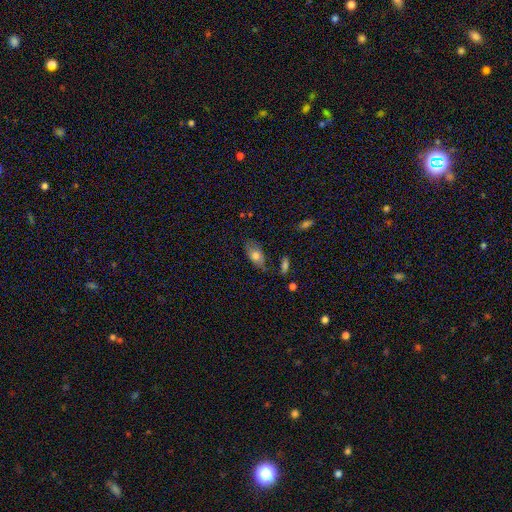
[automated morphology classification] A smooth galaxy with no disk features (70%) that is in between round and cigar-shaped (87%). Merging: none (70%).